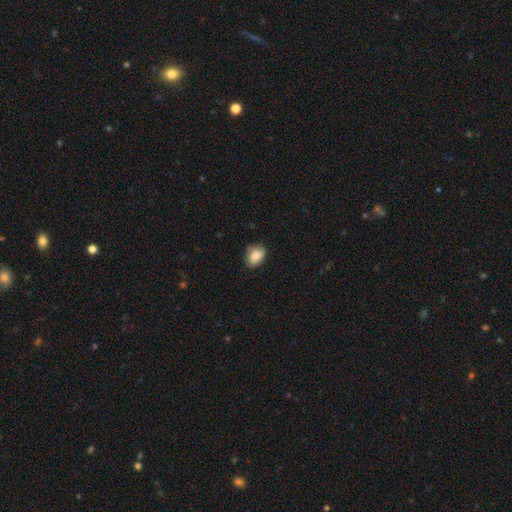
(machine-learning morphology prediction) Overall: smooth (79%). How rounded: in between (68%; round 30%). Merging: none (63%; minor disturbance 29%).